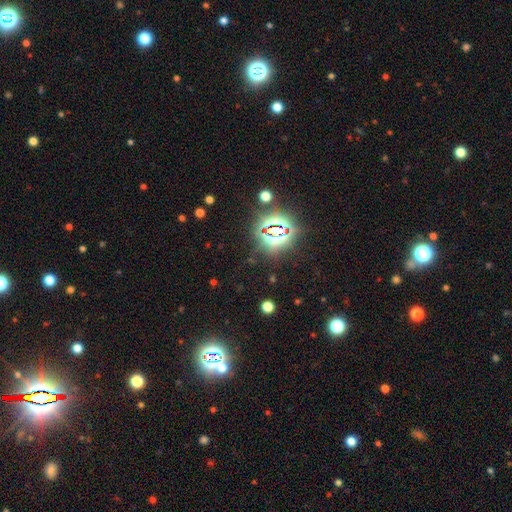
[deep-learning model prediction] This is likely a star or artifact rather than a galaxy (79%).